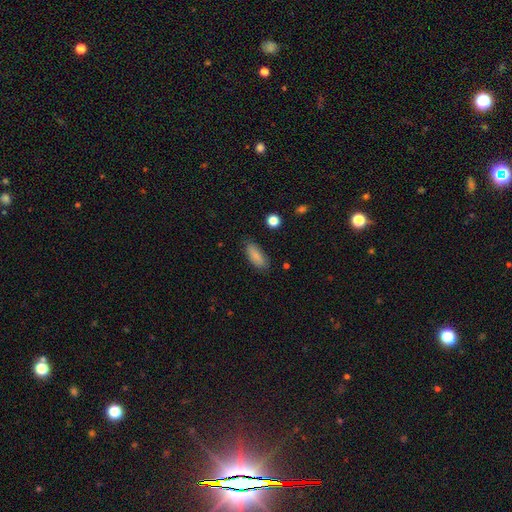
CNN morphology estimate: The model was most divided on "how rounded": in between: 79%, cigar-shaped: 19%, round: 2%. More confident: smooth or featured — smooth (85%); merging — none (83%).